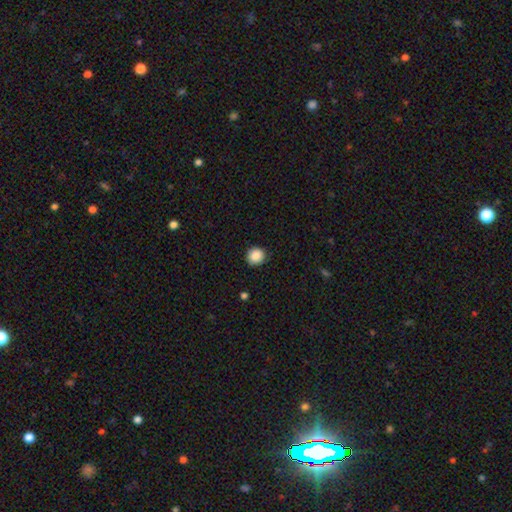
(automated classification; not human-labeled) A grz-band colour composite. It shows a smooth galaxy with no disk features (88%) that is round (90%). Merging: none (89%).